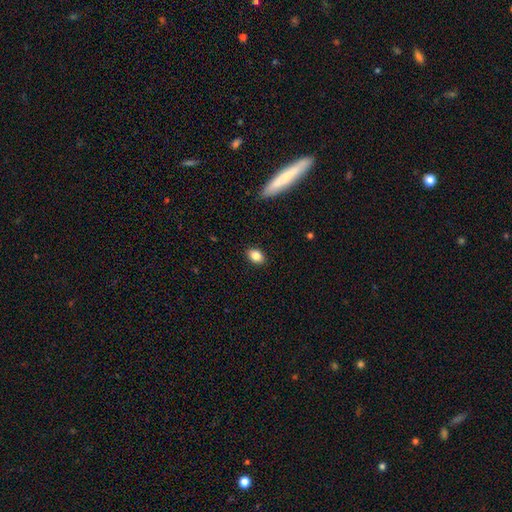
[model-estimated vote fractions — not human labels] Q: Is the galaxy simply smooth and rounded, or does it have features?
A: smooth — 84%.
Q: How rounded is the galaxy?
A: in between — 79%.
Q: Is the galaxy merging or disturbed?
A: none — 89%.